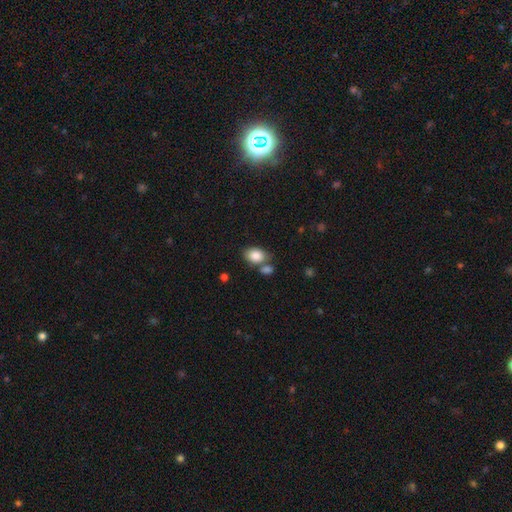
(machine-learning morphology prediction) Q: Smooth or featured?
A: smooth (85%); runner-up: featured or disk (8%)
Q: How rounded?
A: in between (80%); runner-up: round (19%)
Q: Merging?
A: none (57%); runner-up: merger (25%)